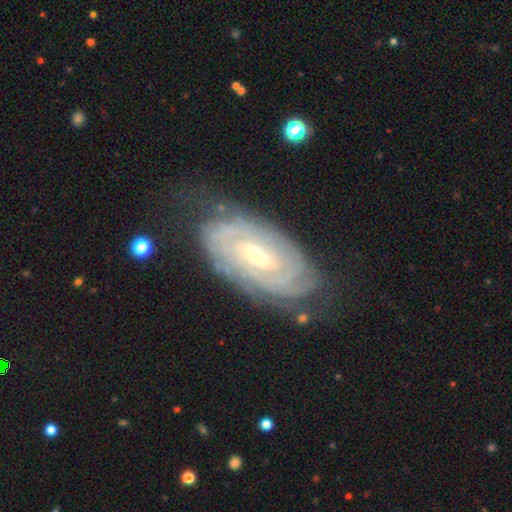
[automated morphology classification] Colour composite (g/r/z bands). It shows a featured or disk galaxy (86%) with a weak bar (48%), tight (80%) spiral arms (96%) and a small central bulge (58%). Merging: none (71%).